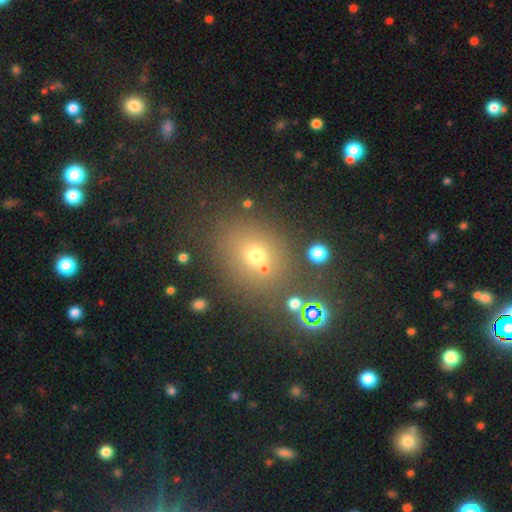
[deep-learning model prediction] The model was most divided on "how rounded": round: 65%, in between: 34%, cigar-shaped: 1%. More confident: merging — none (71%); smooth or featured — smooth (61%).